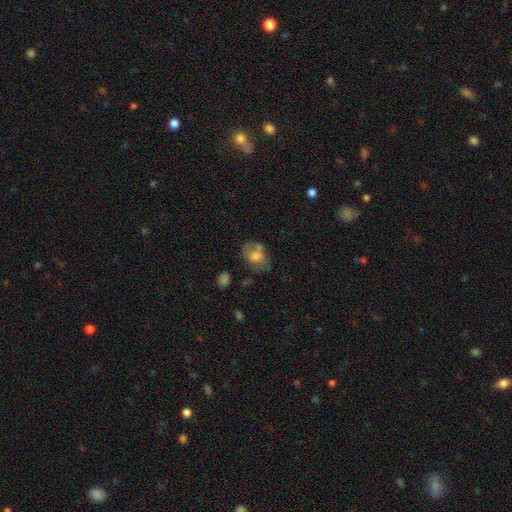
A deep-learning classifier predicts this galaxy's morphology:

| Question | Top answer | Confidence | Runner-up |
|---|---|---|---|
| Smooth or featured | smooth | 61% | featured or disk (30%) |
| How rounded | in between | 70% | round (29%) |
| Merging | none | 48% | minor disturbance (26%) |